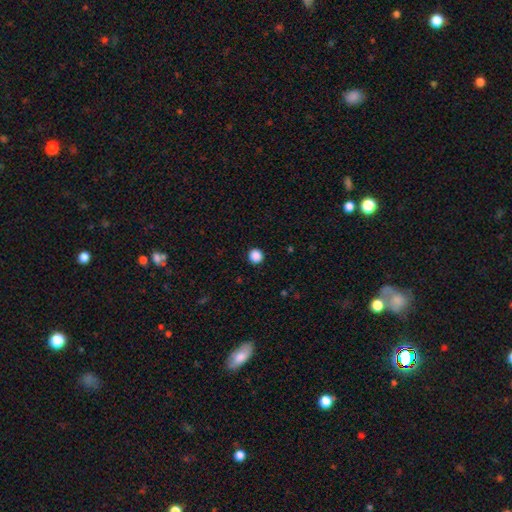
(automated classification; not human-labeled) smooth_or_featured: smooth (p=0.88) [alt: star or artifact p=0.10]
how_rounded: round (p=0.94) [alt: in between p=0.05]
merging: none (p=0.93) [alt: minor disturbance p=0.05]